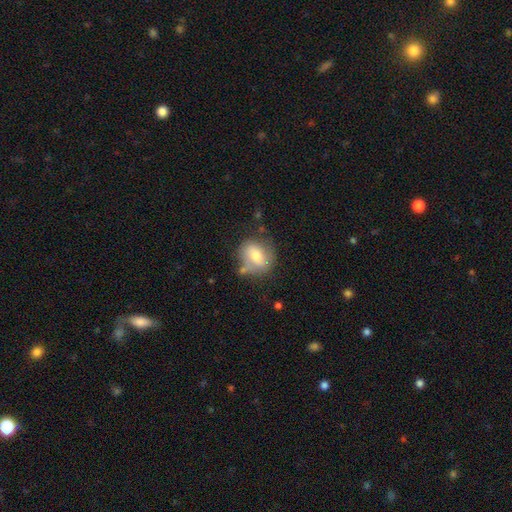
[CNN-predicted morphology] Overall: smooth (63%; featured or disk 29%). How rounded: round (62%; in between 37%). Merging: none (61%; minor disturbance 23%).